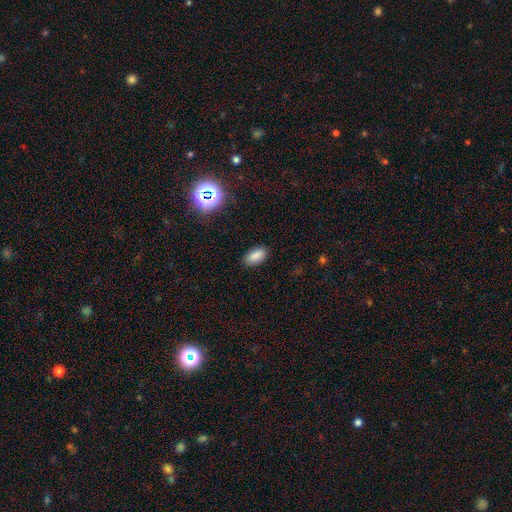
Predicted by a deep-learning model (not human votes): This is clearly a smooth galaxy (85%). How rounded: clearly in between (93%). Merging: clearly none (88%).